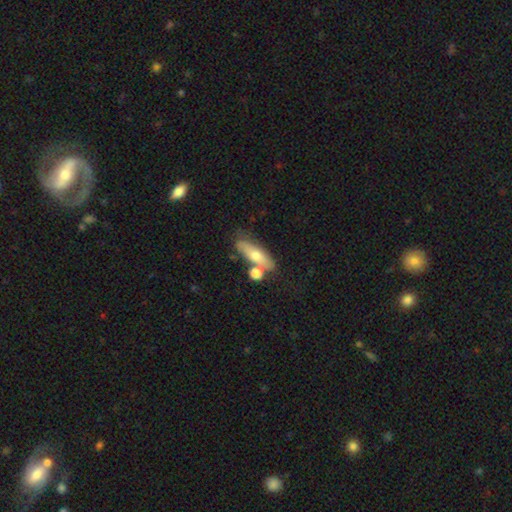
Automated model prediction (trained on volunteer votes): smooth_or_featured: smooth (p=0.58) [alt: featured or disk p=0.35]
how_rounded: cigar-shaped (p=0.48) [alt: in between p=0.46]
merging: none (p=0.60) [alt: merger p=0.18]